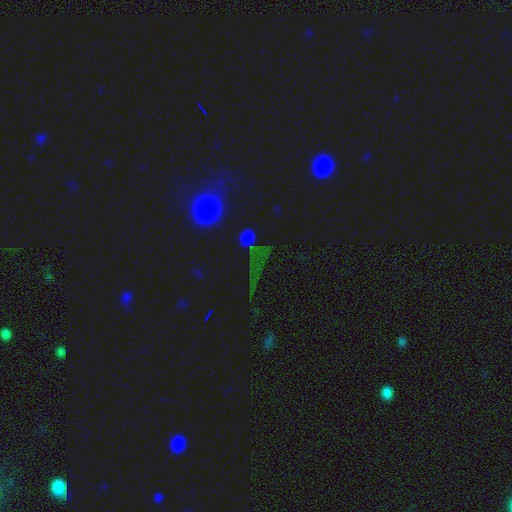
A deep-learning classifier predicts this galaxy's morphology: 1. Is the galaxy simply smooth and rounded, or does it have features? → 56% star or artifact, 31% smooth, 13% featured or disk.